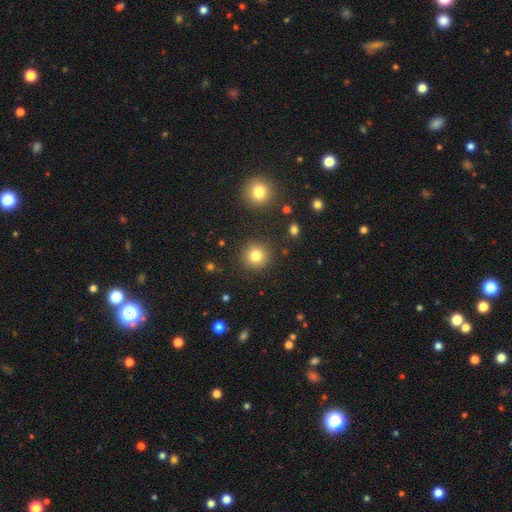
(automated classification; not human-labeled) This appears to be a smooth galaxy with no disk features (81%) that is round (94%). Merging: none (90%).